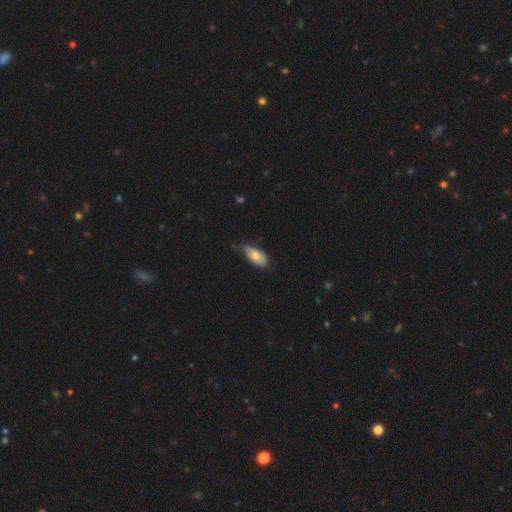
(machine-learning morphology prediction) Smooth or featured? Predicted: smooth (p=0.76). How rounded? Predicted: in between (p=0.90). Merging? Predicted: none (p=0.49).